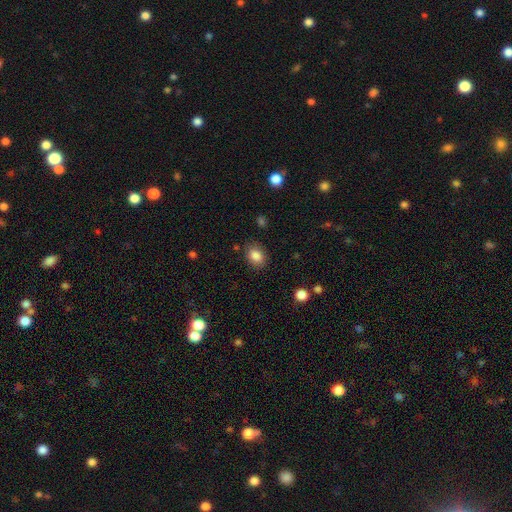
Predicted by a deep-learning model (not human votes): Smooth or featured: smooth — 86% (star or artifact — 9%)
How rounded: in between — 70% (round — 29%)
Merging: none — 83% (minor disturbance — 12%)